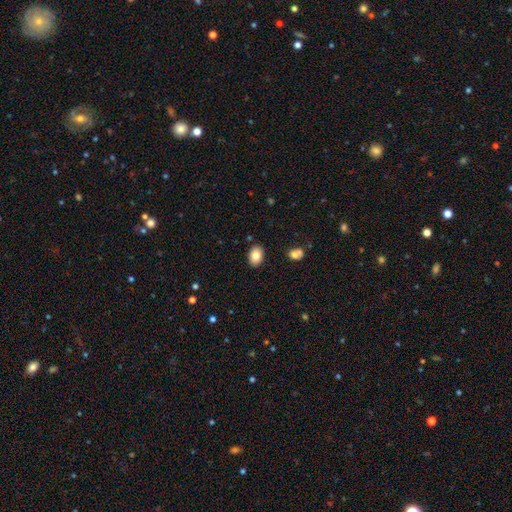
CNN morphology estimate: Q: Smooth or featured?
A: smooth (83%); runner-up: featured or disk (9%)
Q: How rounded?
A: in between (81%); runner-up: round (18%)
Q: Merging?
A: none (88%); runner-up: minor disturbance (8%)